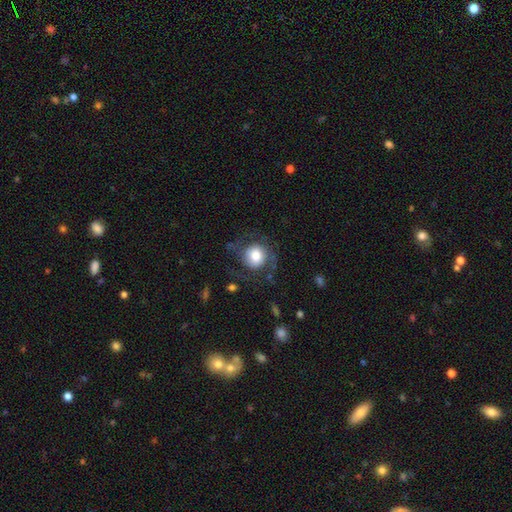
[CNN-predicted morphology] The model was most divided on "smooth or featured": smooth: 54%, featured or disk: 38%, star or artifact: 8%. More confident: how rounded — round (87%); merging — none (62%).